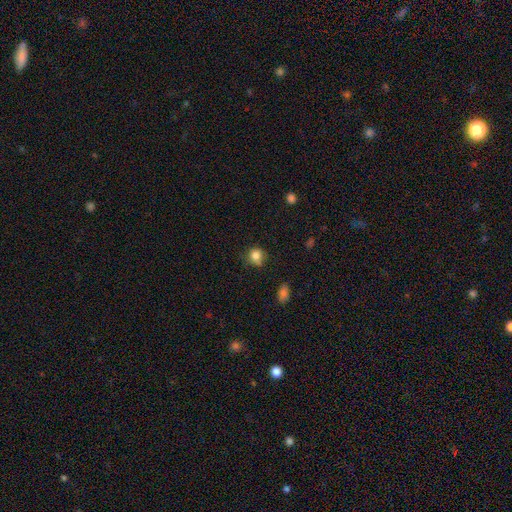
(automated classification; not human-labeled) This is clearly a smooth galaxy (83%). How rounded: clearly round (83%). Merging: likely none (70%).